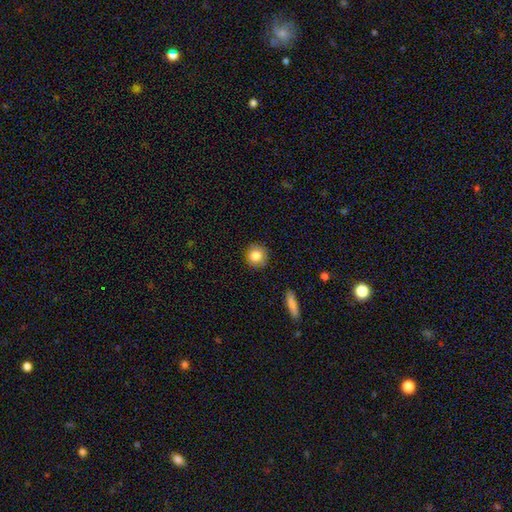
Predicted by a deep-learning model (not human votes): Morphology: type=smooth (82%); roundness=round (91%); merging=none (86%).